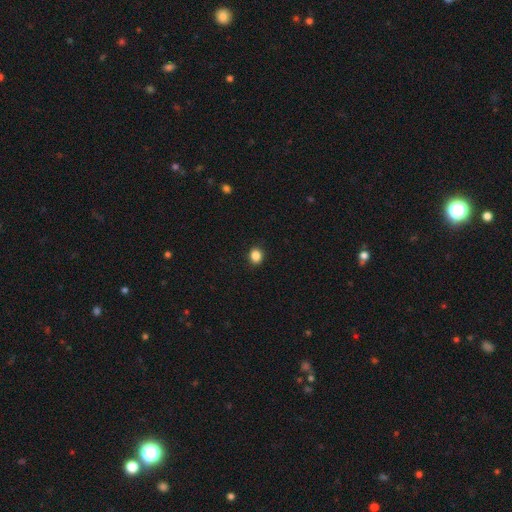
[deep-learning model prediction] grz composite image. It shows a smooth galaxy with no disk features (86%) that is round (71%). Merging: none (92%).